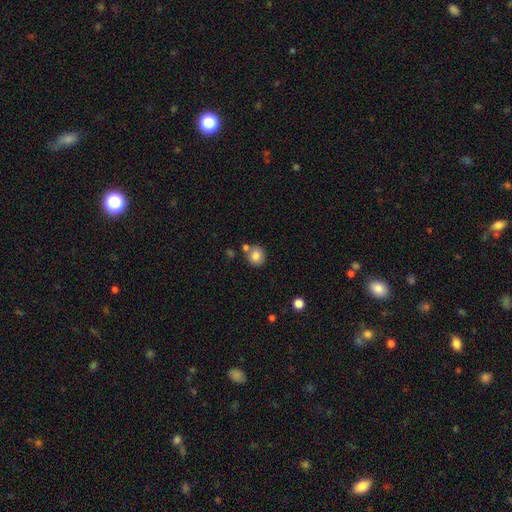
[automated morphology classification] Smooth or featured? smooth (82%)
How rounded? round (82%)
Merging? none (69%)